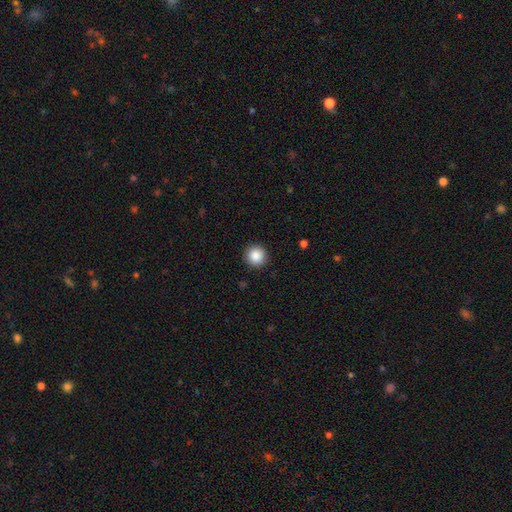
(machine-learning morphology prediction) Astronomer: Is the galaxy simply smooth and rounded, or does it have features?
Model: smooth — 87%.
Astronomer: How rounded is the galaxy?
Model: round — 96%.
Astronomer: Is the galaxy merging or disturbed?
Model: none — 92%.